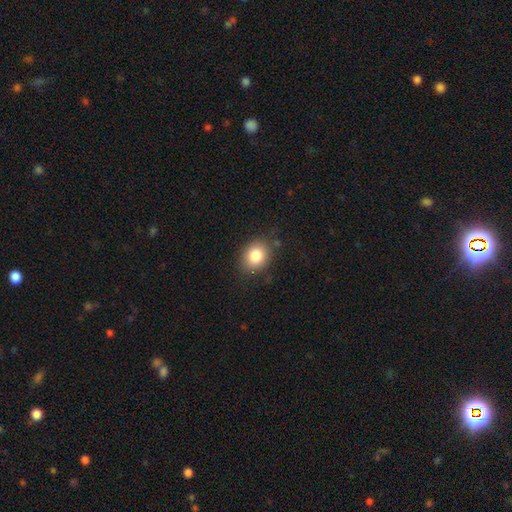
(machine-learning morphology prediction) Overall: smooth (82%). How rounded: round (52%; in between 47%). Merging: none (83%).